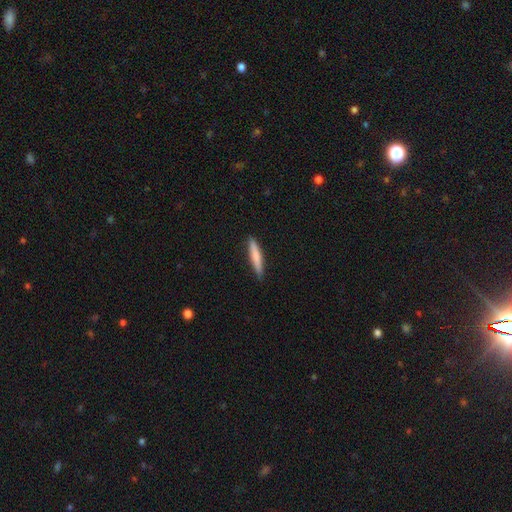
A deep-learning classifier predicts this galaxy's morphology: Smooth or featured: smooth — 74% (featured or disk — 21%)
How rounded: cigar-shaped — 90% (in between — 9%)
Merging: none — 87% (minor disturbance — 10%)